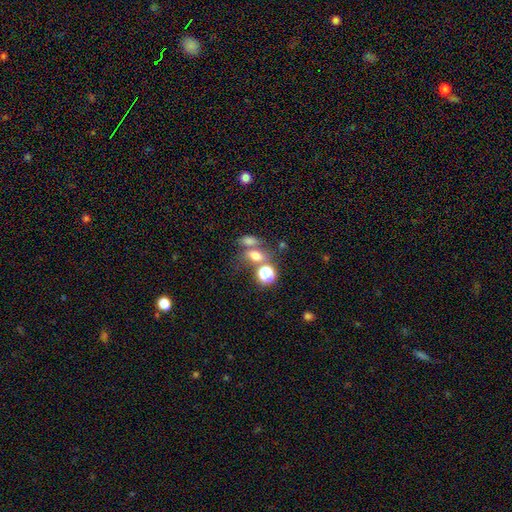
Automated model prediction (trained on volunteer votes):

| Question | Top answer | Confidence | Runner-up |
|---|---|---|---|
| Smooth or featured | smooth | 63% | star or artifact (21%) |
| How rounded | in between | 67% | round (27%) |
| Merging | none | 44% | merger (37%) |